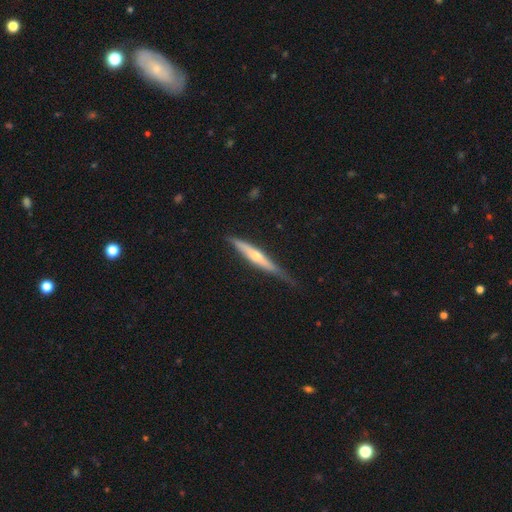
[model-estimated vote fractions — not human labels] This appears to be a featured or disk galaxy (62%) viewed edge-on (94%) with a rounded central bulge (80%). Merging: none (65%).